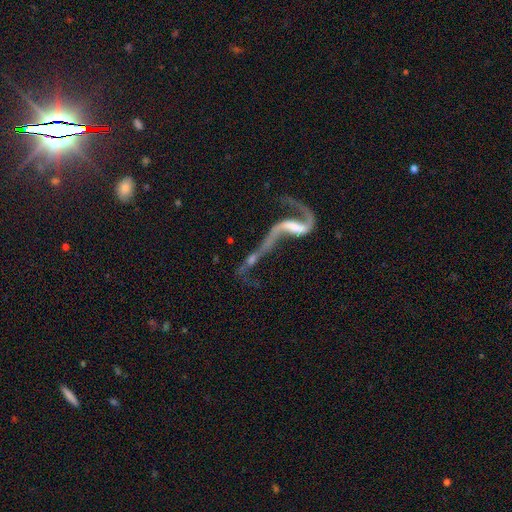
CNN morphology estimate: Overall: featured or disk (78%). Edge-on disk: no (87%). Bar: no (41%; weak 34%). Spiral arms: yes (82%). Spiral arm count: 2 (74%). Spiral winding: loose (87%). Bulge size: small (39%; none 30%). Merging: major disturbance (32%; merger 31%).